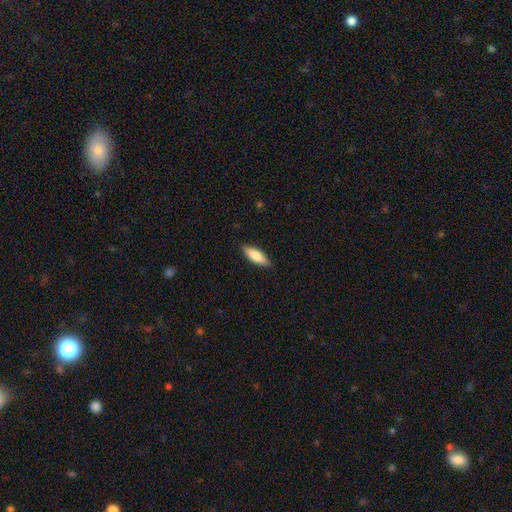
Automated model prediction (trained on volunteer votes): Overall: smooth (78%). How rounded: in between (55%; cigar-shaped 43%). Merging: none (87%).